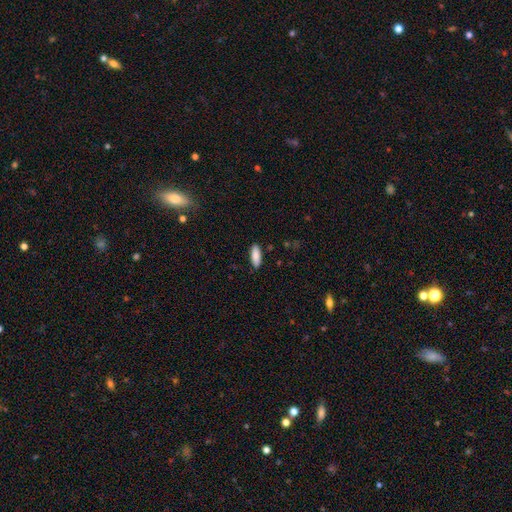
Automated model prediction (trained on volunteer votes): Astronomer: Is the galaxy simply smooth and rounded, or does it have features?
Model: smooth — 89%.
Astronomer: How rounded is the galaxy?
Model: in between — 69%.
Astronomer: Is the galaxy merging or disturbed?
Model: none — 88%.